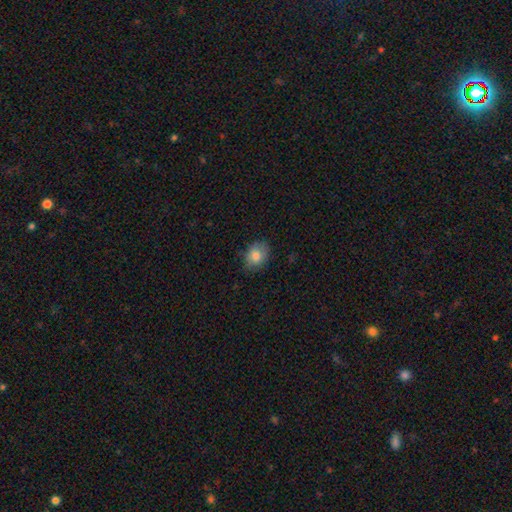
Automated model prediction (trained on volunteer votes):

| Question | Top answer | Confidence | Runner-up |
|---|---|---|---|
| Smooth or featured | smooth | 81% | featured or disk (11%) |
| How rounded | in between | 63% | round (36%) |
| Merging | none | 76% | minor disturbance (19%) |